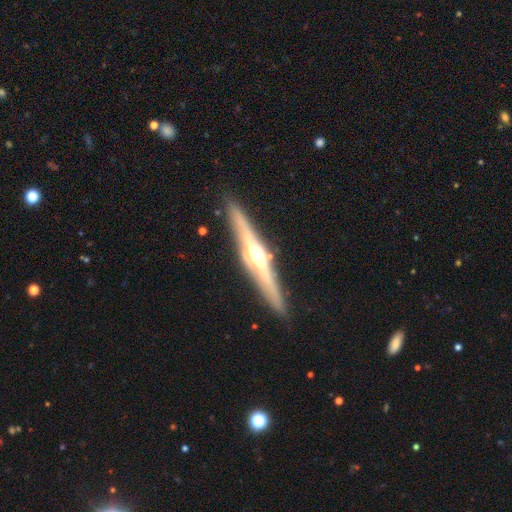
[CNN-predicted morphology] The model was most divided on "smooth or featured": featured or disk: 75%, smooth: 19%, star or artifact: 5%. More confident: edge-on disk — yes (96%); merging — none (89%); edge-on bulge — rounded (88%).